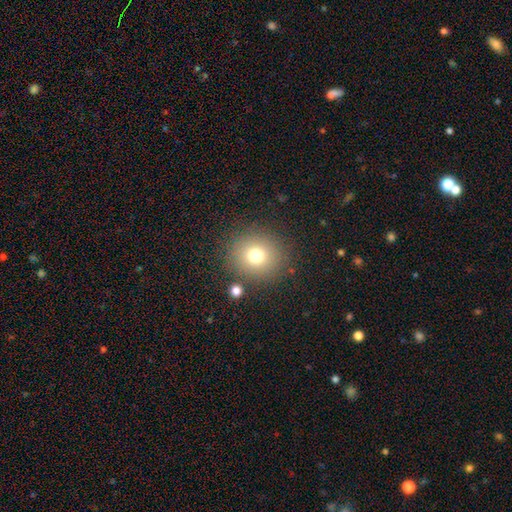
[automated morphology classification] smooth_or_featured: smooth (p=0.75) [alt: star or artifact p=0.14]
how_rounded: round (p=0.88) [alt: in between p=0.11]
merging: none (p=0.85) [alt: minor disturbance p=0.08]